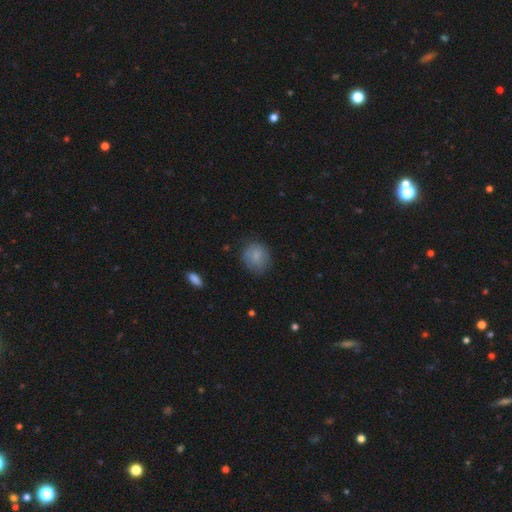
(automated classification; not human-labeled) smooth 81%, featured or disk 10%, star or artifact 9%. Down the decision tree: how rounded — round (76%); merging — none (70%).